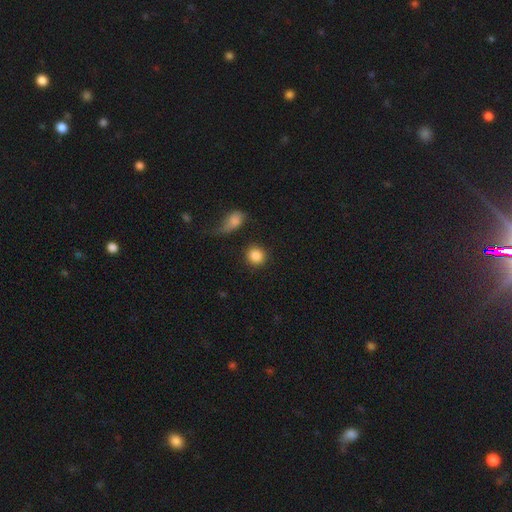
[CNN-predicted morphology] Smooth or featured? smooth (87%)
How rounded? round (85%)
Merging? none (79%)